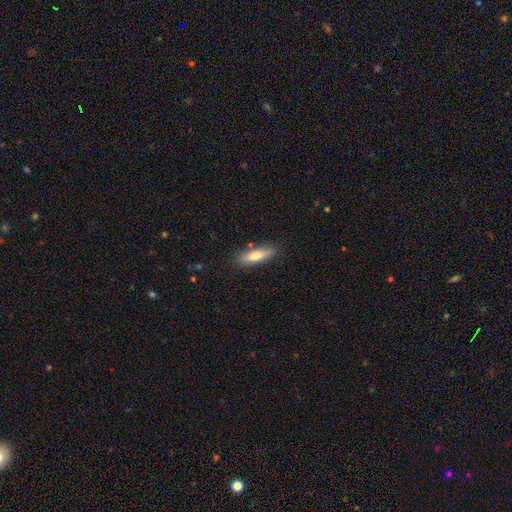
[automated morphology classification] type=smooth (72%); roundness=cigar-shaped (57%); merging=none (83%).